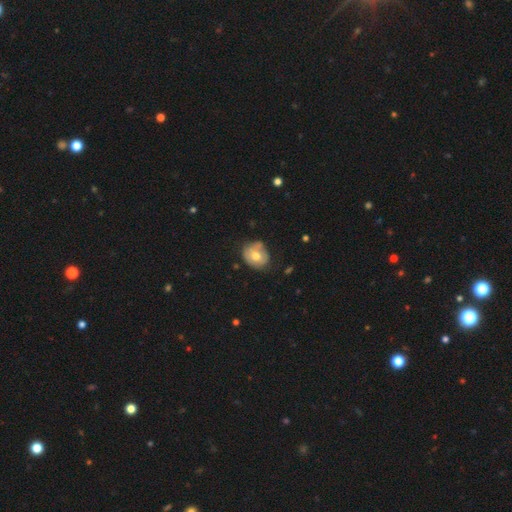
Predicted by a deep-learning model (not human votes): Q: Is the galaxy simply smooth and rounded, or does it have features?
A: smooth — 63%.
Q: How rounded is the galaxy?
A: round — 64%.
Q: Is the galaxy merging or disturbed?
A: none — 59%.